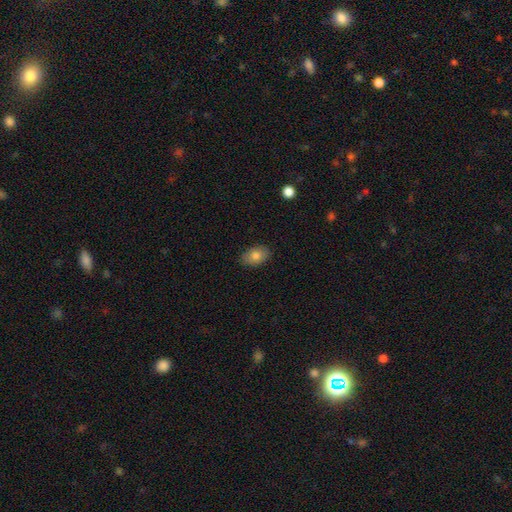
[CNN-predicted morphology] Smooth or featured? Predicted: smooth (p=0.81). How rounded? Predicted: in between (p=0.85). Merging? Predicted: none (p=0.85).